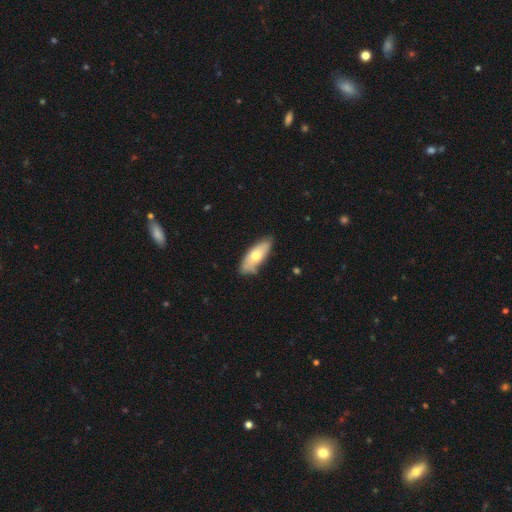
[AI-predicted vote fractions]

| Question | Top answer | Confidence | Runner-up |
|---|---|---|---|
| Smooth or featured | smooth | 60% | featured or disk (34%) |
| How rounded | in between | 77% | cigar-shaped (20%) |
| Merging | none | 74% | minor disturbance (20%) |